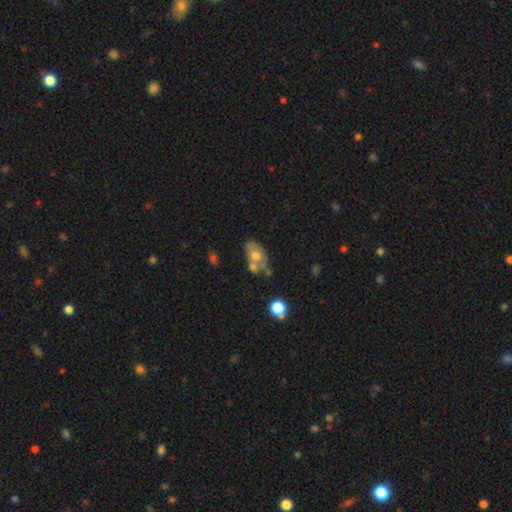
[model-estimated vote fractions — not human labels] Overall: smooth (56%; featured or disk 35%). How rounded: in between (85%). Merging: none (38%; merger 34%).